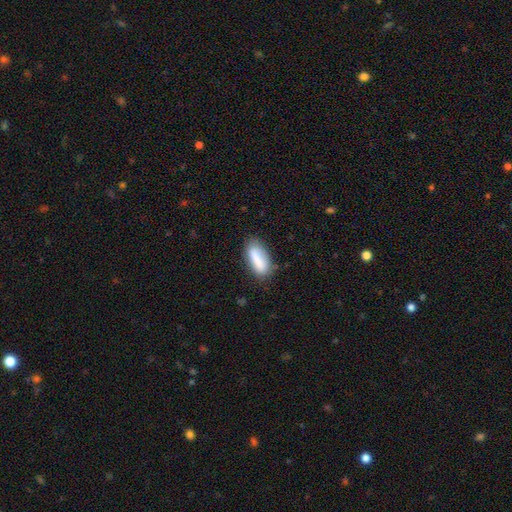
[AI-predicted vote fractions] A smooth galaxy with no disk features (78%) that is in between round and cigar-shaped (70%). Merging: none (74%).